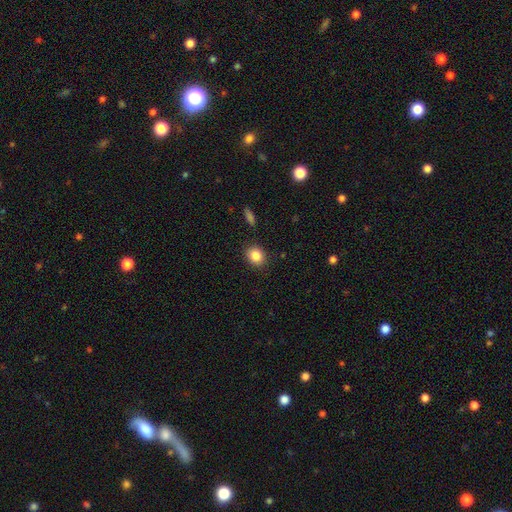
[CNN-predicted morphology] Overall: smooth (85%). How rounded: round (64%; in between 35%). Merging: none (87%).